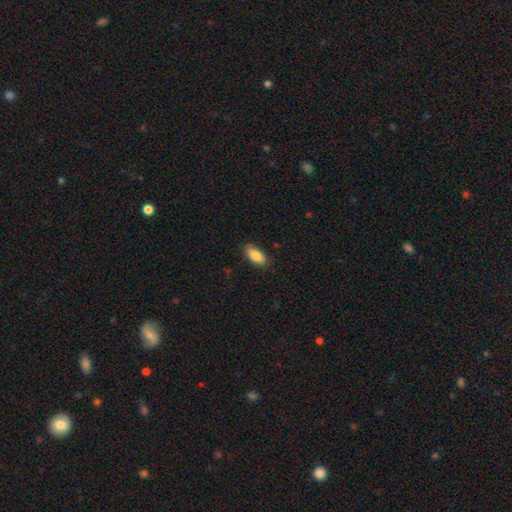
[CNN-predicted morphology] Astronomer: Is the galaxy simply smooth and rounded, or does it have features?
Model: smooth — 85%.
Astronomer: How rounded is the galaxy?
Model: in between — 91%.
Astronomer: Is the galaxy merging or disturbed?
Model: none — 84%.